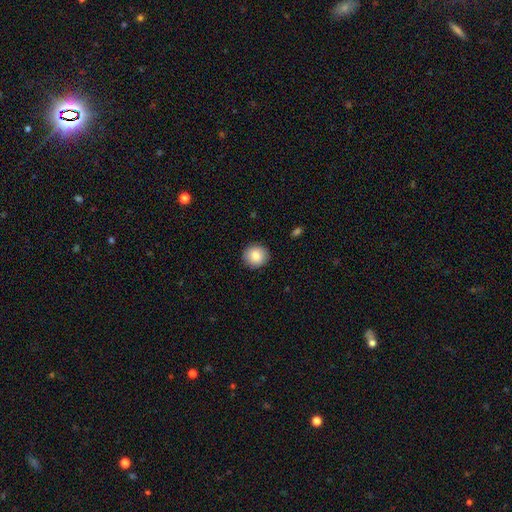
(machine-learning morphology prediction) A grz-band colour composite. It shows a smooth galaxy with no disk features (86%) that is round (89%). Merging: none (91%).